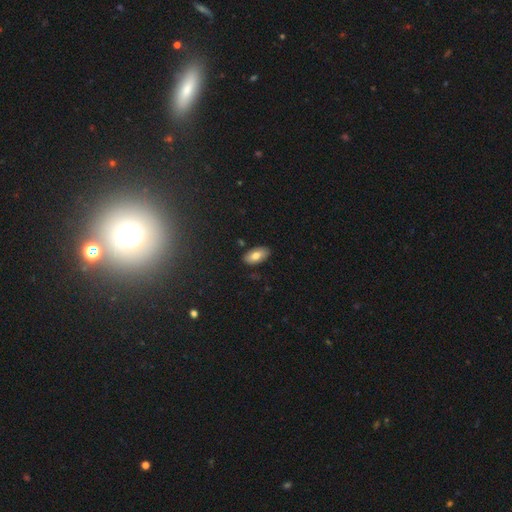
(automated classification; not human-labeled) A smooth galaxy with no disk features (75%) that is in between round and cigar-shaped (94%). Merging: none (86%).